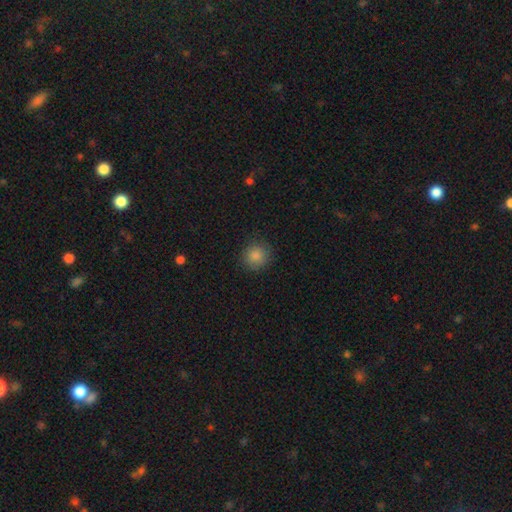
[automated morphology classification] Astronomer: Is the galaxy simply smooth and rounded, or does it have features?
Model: smooth — 86%.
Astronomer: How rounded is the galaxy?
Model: round — 91%.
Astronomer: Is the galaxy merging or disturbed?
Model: none — 88%.